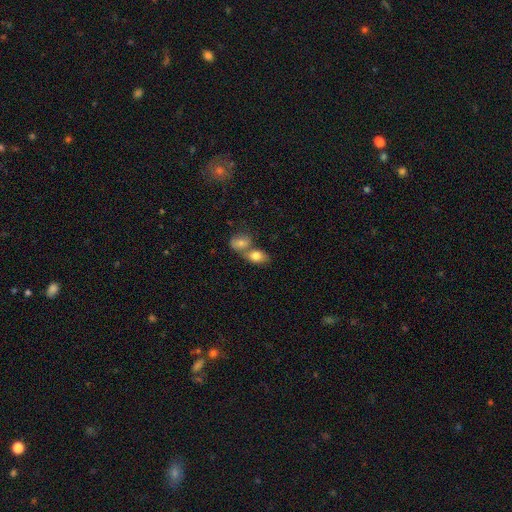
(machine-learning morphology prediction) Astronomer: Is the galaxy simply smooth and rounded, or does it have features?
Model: smooth — 78%.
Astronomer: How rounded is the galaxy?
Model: in between — 79%.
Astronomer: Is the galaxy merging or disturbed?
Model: merger — 61%.